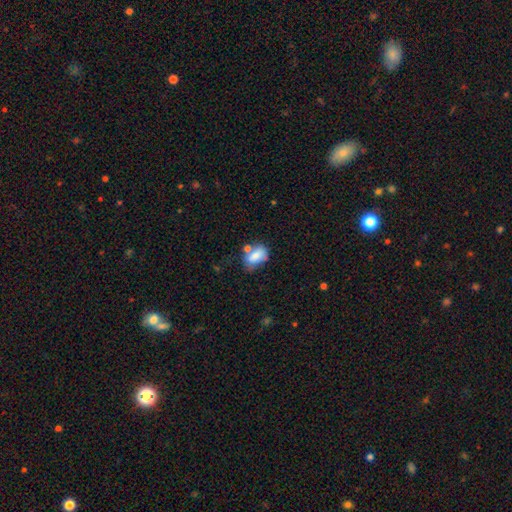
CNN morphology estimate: A smooth galaxy with no disk features (77%) that is in between round and cigar-shaped (85%).

Vote fractions:
- Smooth or featured? smooth: 77% / featured or disk: 15% / star or artifact: 8%
- How rounded? in between: 85% / round: 13% / cigar-shaped: 2%
- Merging? none: 42% / minor disturbance: 24% / merger: 24% / major disturbance: 9%